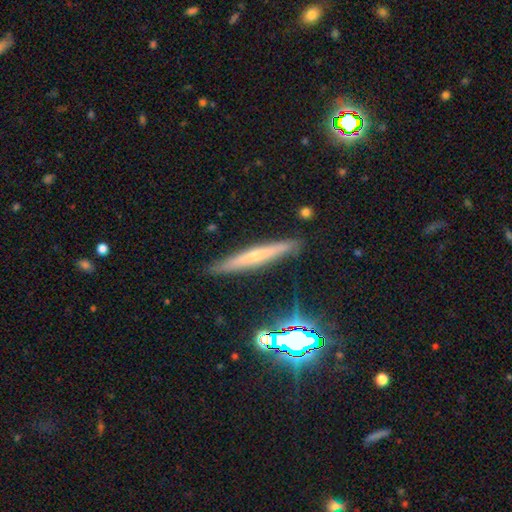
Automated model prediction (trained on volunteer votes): A featured or disk galaxy (50%) viewed edge-on (93%). Merging: none (88%).